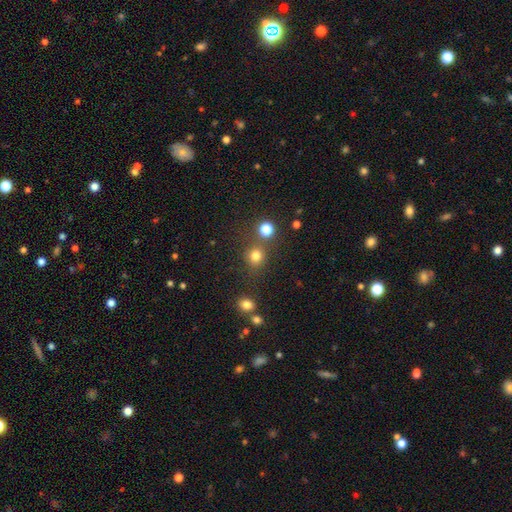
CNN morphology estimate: smooth-or-featured: smooth: 77% | star or artifact: 17% | featured or disk: 6%
  how-rounded: round: 85% | in between: 14% | cigar-shaped: 1%
  merging: none: 73% | merger: 13% | minor disturbance: 10% | major disturbance: 4%